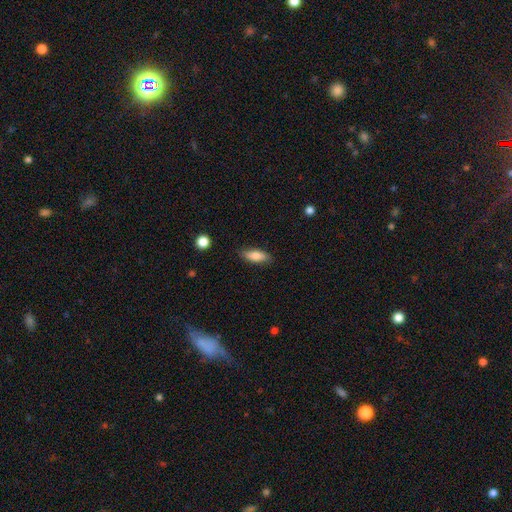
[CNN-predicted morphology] Smooth or featured? Predicted: smooth (p=0.80). How rounded? Predicted: in between (p=0.70). Merging? Predicted: none (p=0.84).